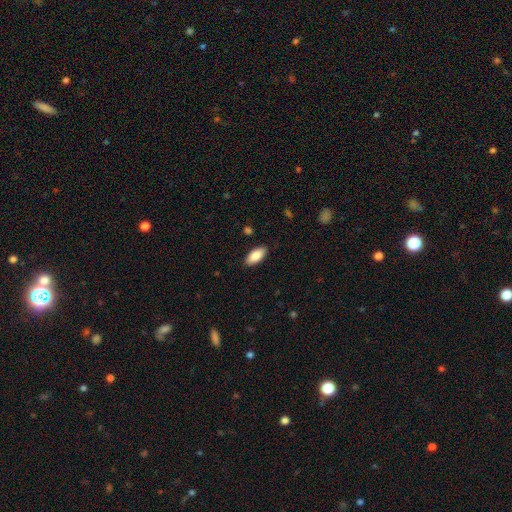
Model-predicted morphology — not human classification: This appears to be a smooth galaxy with no disk features (86%) that is in between round and cigar-shaped (92%). Merging: none (88%).